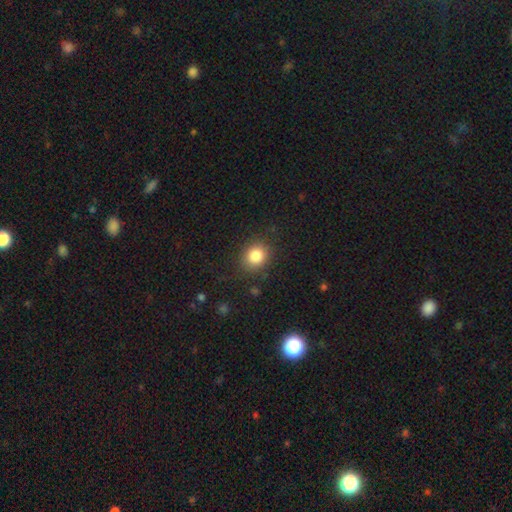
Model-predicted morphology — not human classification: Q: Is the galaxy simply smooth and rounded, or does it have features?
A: smooth — 83%.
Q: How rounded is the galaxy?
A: round — 73%.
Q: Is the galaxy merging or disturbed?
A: none — 85%.